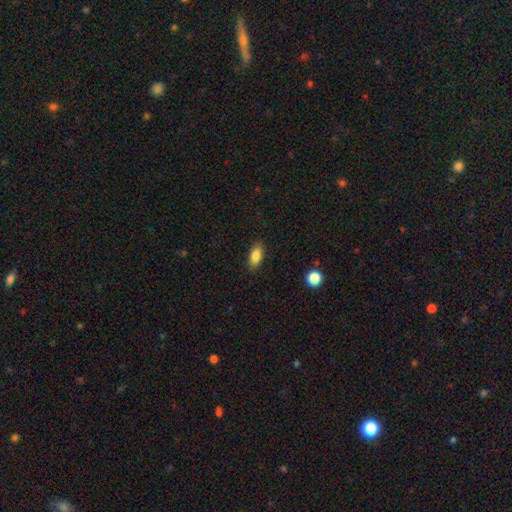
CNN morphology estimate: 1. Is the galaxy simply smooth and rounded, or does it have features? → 85% smooth, 8% star or artifact, 8% featured or disk.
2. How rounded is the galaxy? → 88% in between, 8% cigar-shaped, 5% round.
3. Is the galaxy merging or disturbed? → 88% none, 9% minor disturbance, 2% major disturbance, 1% merger.